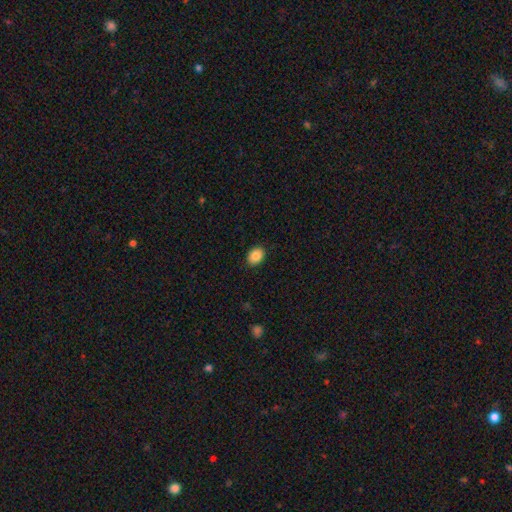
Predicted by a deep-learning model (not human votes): A smooth galaxy with no disk features (87%) that is in between round and cigar-shaped (66%). Merging: none (90%).